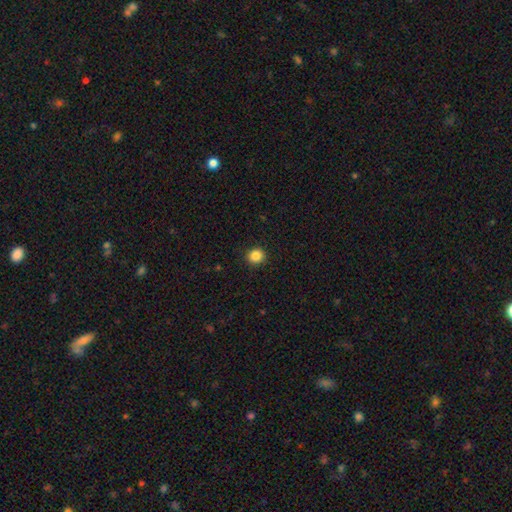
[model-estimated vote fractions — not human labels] A smooth galaxy with no disk features (85%) that is round (90%).

Vote fractions:
- Smooth or featured? smooth: 85% / star or artifact: 11% / featured or disk: 4%
- How rounded? round: 90% / in between: 9% / cigar-shaped: 1%
- Merging? none: 92% / minor disturbance: 5% / major disturbance: 2% / merger: 1%